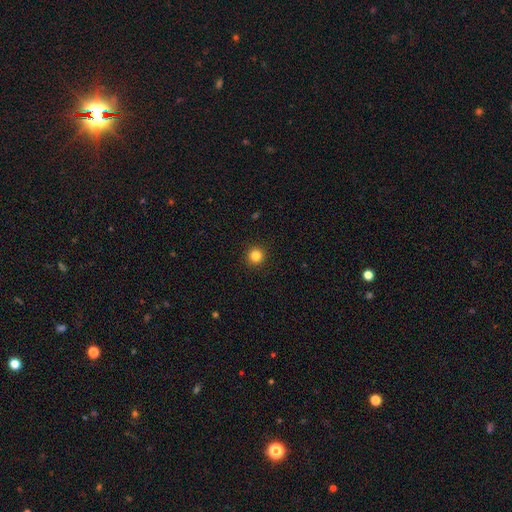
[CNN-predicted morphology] Q: Smooth or featured?
A: smooth (84%); runner-up: star or artifact (12%)
Q: How rounded?
A: round (95%); runner-up: in between (4%)
Q: Merging?
A: none (93%); runner-up: minor disturbance (4%)